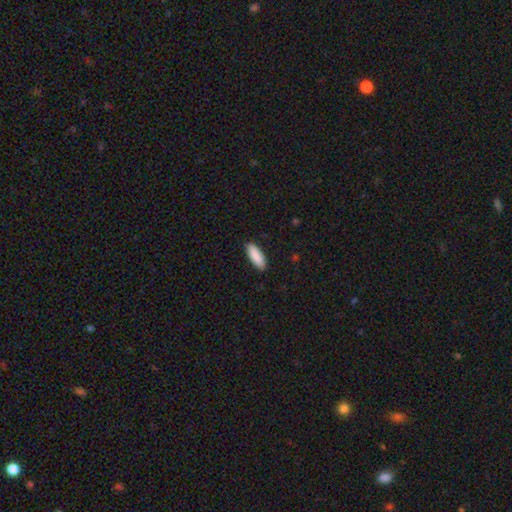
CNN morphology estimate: This is clearly a smooth galaxy (91%). How rounded: likely in between (69%). Merging: clearly none (89%).